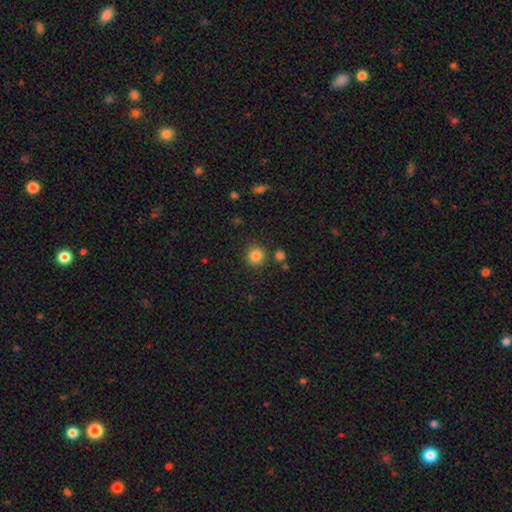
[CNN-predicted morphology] A smooth galaxy with no disk features (84%) that is round (92%).

Vote fractions:
- Smooth or featured? smooth: 84% / star or artifact: 11% / featured or disk: 4%
- How rounded? round: 92% / in between: 7% / cigar-shaped: 1%
- Merging? none: 85% / minor disturbance: 7% / merger: 5% / major disturbance: 3%